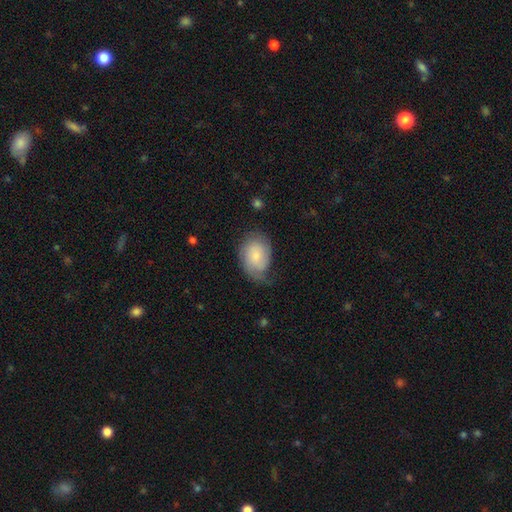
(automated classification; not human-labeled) Overall: smooth (53%; featured or disk 40%). How rounded: in between (72%). Merging: none (47%; minor disturbance 33%).